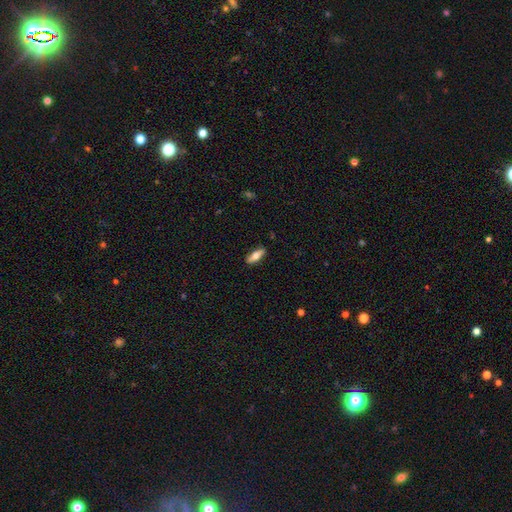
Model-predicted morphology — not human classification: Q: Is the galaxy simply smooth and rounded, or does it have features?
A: smooth — 62%.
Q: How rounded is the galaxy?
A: in between — 61%.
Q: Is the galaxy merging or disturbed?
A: none — 88%.